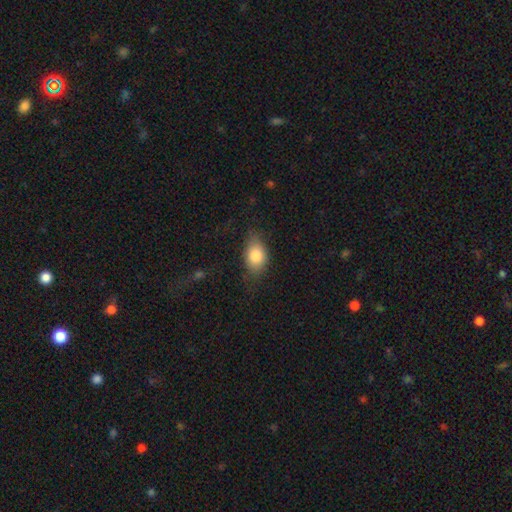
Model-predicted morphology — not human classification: Smooth or featured? smooth (81%)
How rounded? in between (84%)
Merging? none (68%)